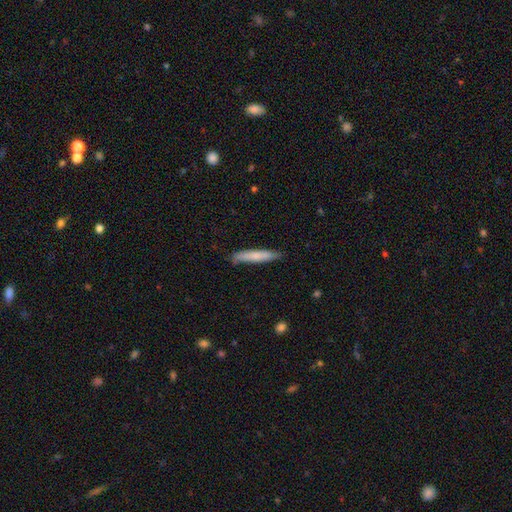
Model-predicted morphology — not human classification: Smooth or featured?
  - smooth: 71% *
  - featured or disk: 23%
  - star or artifact: 5%
How rounded?
  - cigar-shaped: 93% *
  - in between: 6%
  - round: 1%
Merging?
  - none: 84% *
  - minor disturbance: 12%
  - major disturbance: 2%
  - merger: 1%